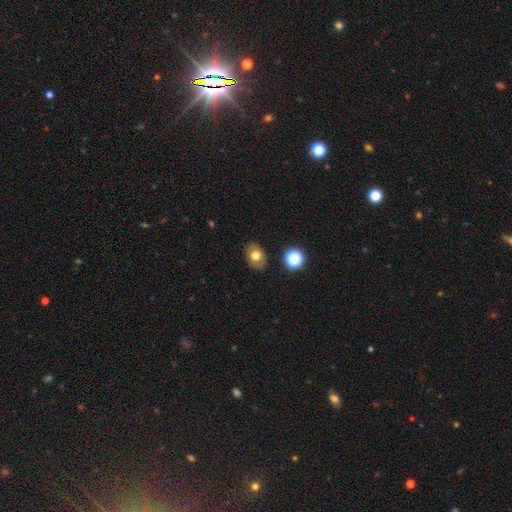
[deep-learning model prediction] A smooth galaxy with no disk features (71%) that is in between round and cigar-shaped (68%).

Vote fractions:
- Smooth or featured? smooth: 71% / featured or disk: 18% / star or artifact: 11%
- How rounded? in between: 68% / round: 31% / cigar-shaped: 1%
- Merging? none: 86% / minor disturbance: 10% / major disturbance: 3% / merger: 2%